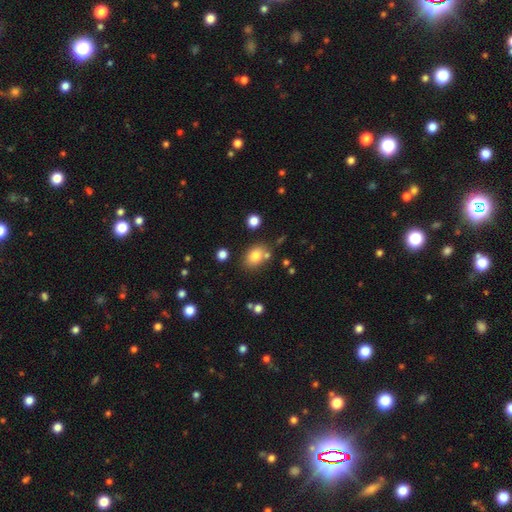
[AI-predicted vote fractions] This appears to be a smooth galaxy with no disk features (80%) that is in between round and cigar-shaped (67%). Merging: none (70%).